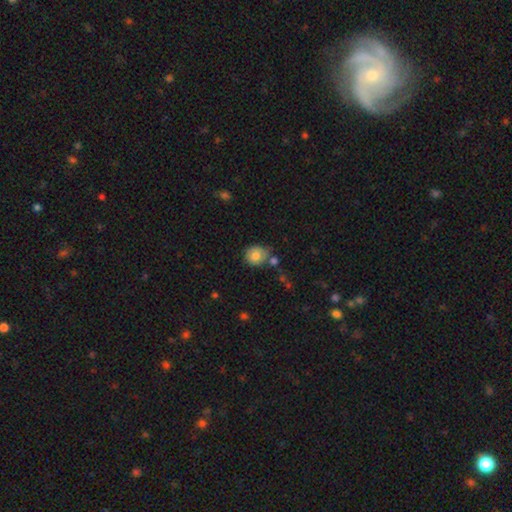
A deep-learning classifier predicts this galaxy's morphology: smooth_or_featured: smooth (p=0.80) [alt: featured or disk p=0.11]
how_rounded: round (p=0.81) [alt: in between p=0.18]
merging: none (p=0.67) [alt: minor disturbance p=0.17]